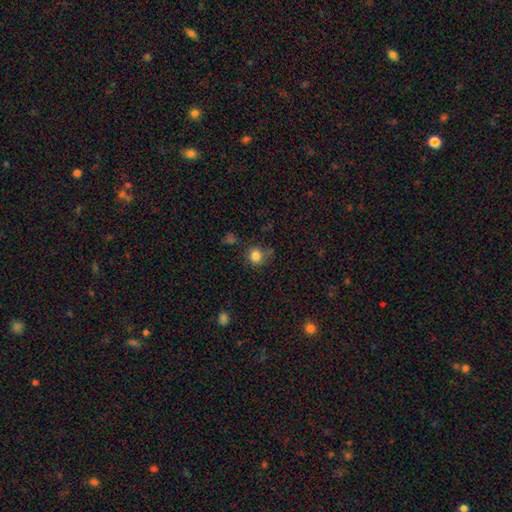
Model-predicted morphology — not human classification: Smooth or featured? smooth (83%)
How rounded? round (89%)
Merging? none (76%)